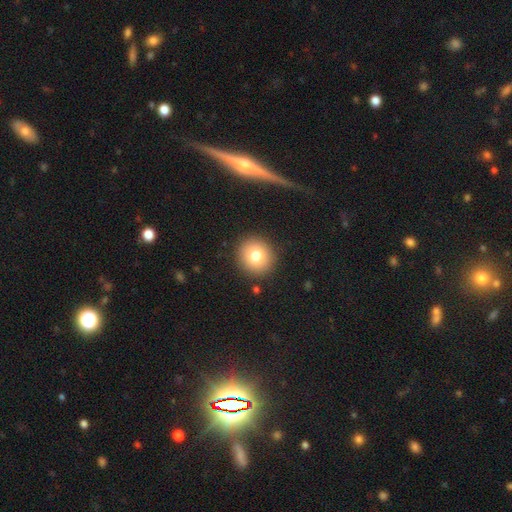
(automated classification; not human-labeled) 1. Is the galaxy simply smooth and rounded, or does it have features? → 77% smooth, 12% featured or disk, 12% star or artifact.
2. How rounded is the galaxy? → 92% round, 7% in between, 1% cigar-shaped.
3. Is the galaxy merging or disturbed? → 90% none, 6% minor disturbance, 2% major disturbance, 2% merger.